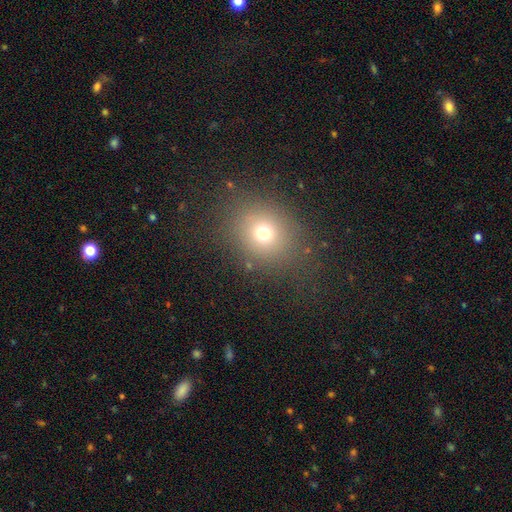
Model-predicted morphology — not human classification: A smooth galaxy with no disk features (66%) that is round (65%). Merging: none (85%).